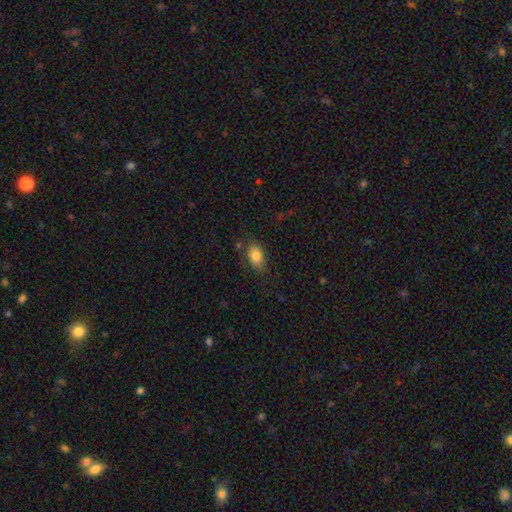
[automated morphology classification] smooth_or_featured: smooth (p=0.83) [alt: featured or disk p=0.09]
how_rounded: in between (p=0.85) [alt: round p=0.13]
merging: none (p=0.75) [alt: minor disturbance p=0.17]